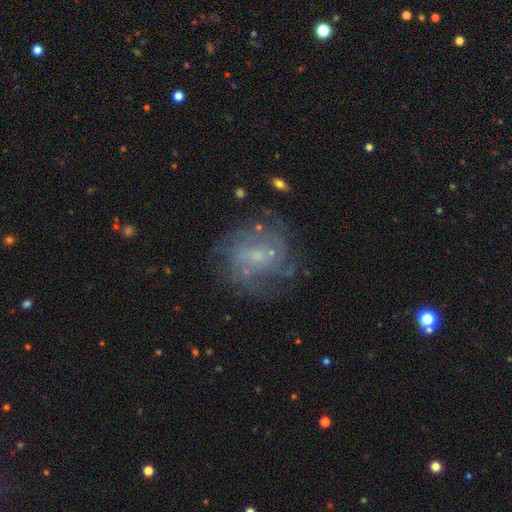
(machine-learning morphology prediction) This is likely a featured or disk galaxy (68%). It is clearly not viewed edge-on (98%). Bar: possibly no (57%). Spiral arm pattern: likely yes (76%). Spiral arm count: possibly can't tell (47%). Spiral winding: marginally medium (40%, tied with tight). Central bulge: possibly small (58%). Merging: likely none (64%).